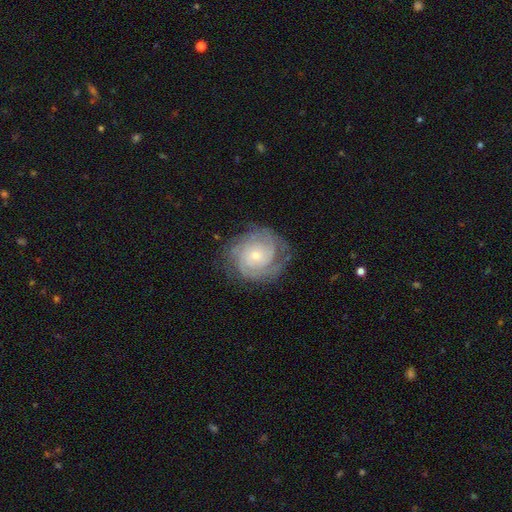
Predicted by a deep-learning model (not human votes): This appears to be a featured or disk galaxy (84%) with no bar (75%), tight (74%) spiral arms (96%) and a small central bulge (66%). Merging: none (75%).